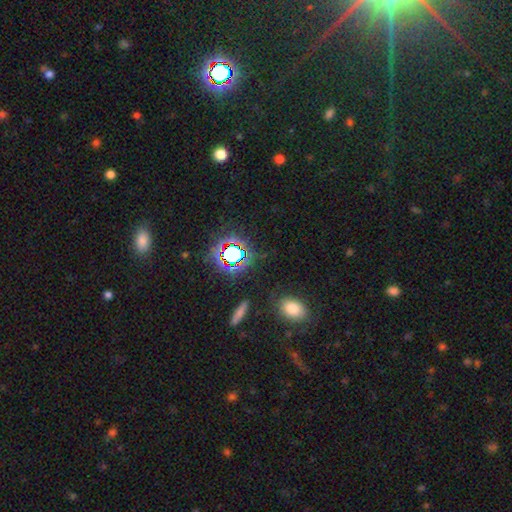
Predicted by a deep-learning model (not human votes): This is likely a star or artifact rather than a galaxy (65%).